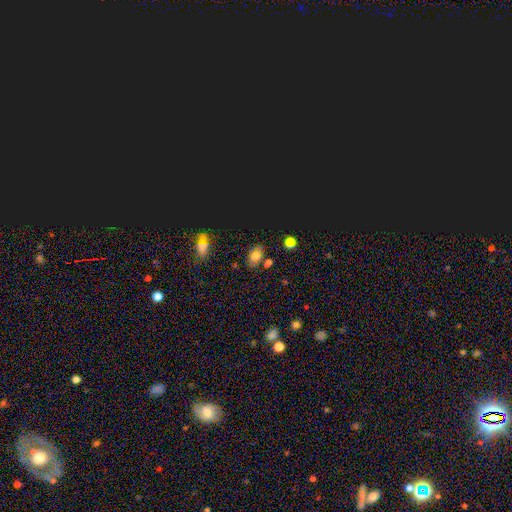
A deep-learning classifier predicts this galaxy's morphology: This appears to be a smooth galaxy with no disk features (65%) that is in between round and cigar-shaped (81%). Merging: none (76%).